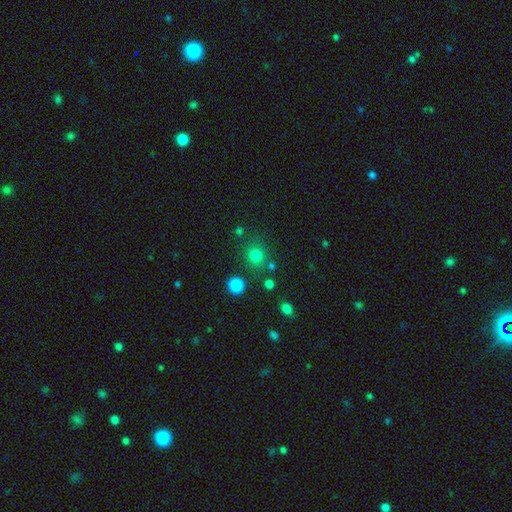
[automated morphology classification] The model was most divided on "smooth or featured": smooth: 78%, star or artifact: 16%, featured or disk: 6%. More confident: how rounded — round (87%); merging — none (80%).